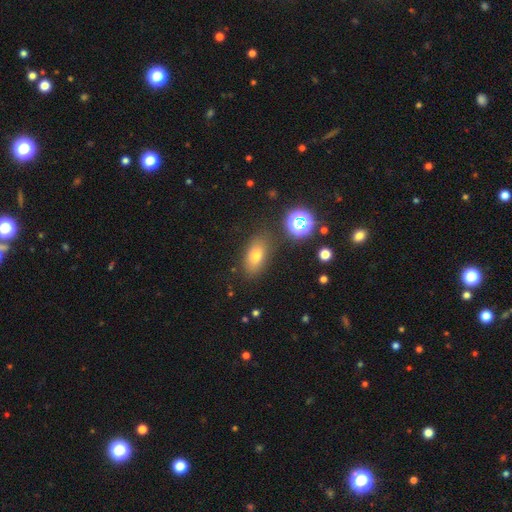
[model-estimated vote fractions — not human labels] This appears to be a smooth galaxy with no disk features (71%) that is in between round and cigar-shaped (83%). Merging: none (83%).